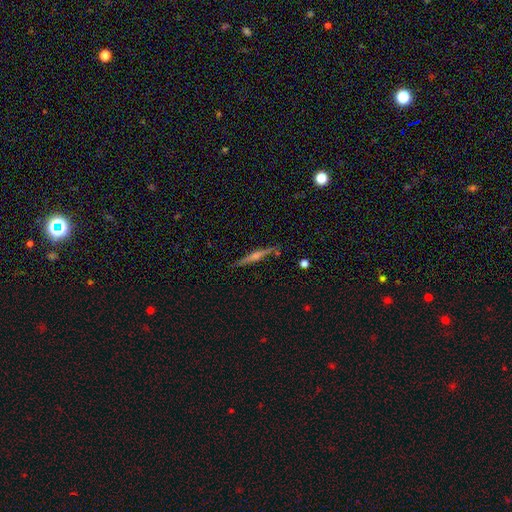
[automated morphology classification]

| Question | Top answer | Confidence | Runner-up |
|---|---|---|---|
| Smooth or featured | featured or disk | 77% | smooth (15%) |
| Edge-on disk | yes | 96% | no (4%) |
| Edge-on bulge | rounded | 82% | none (10%) |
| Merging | none | 86% | minor disturbance (10%) |